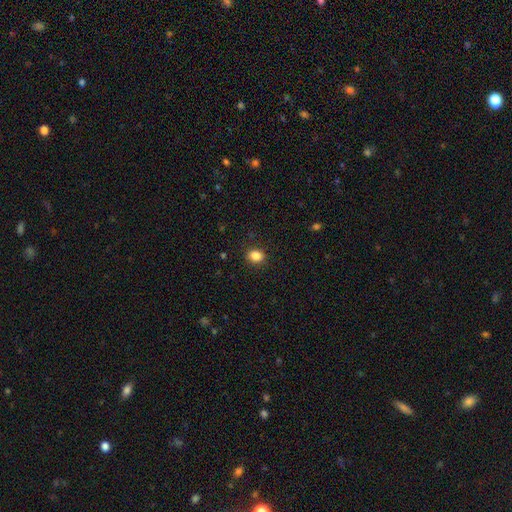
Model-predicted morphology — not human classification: The model was most divided on "how rounded": round: 54%, in between: 45%, cigar-shaped: 1%. More confident: merging — none (89%); smooth or featured — smooth (85%).